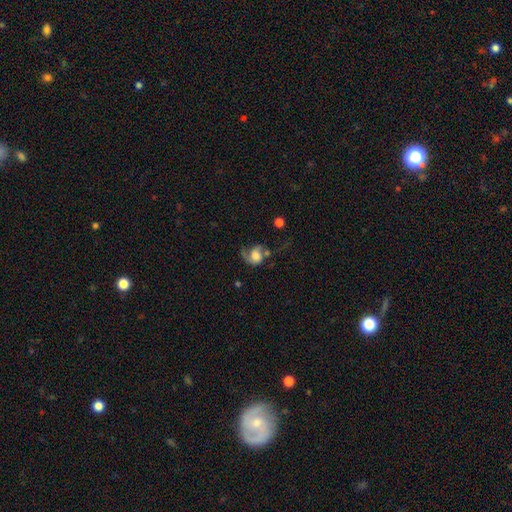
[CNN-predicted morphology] smooth-or-featured: featured or disk: 48% | smooth: 43% | star or artifact: 9%
  merging: major disturbance: 42% | none: 28% | minor disturbance: 20% | merger: 11%